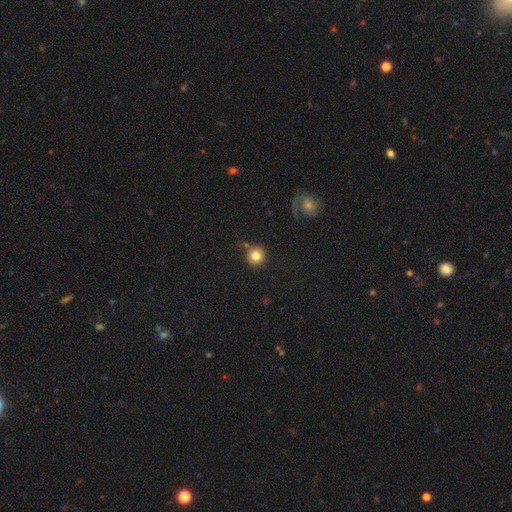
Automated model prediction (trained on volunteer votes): This is clearly a smooth galaxy (81%). How rounded: clearly round (94%). Merging: likely none (79%).